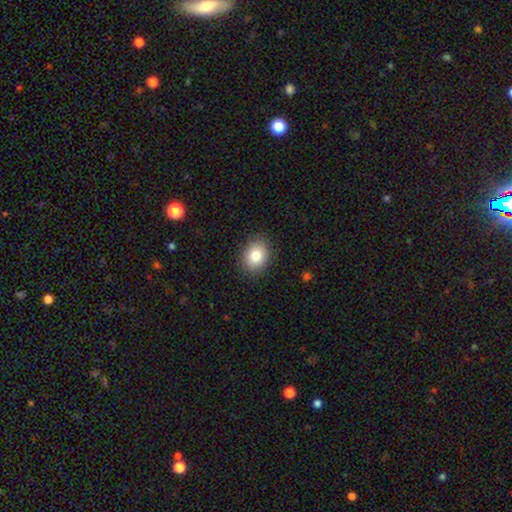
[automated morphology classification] This is clearly a smooth galaxy (83%). How rounded: possibly in between (52%). Merging: clearly none (88%).